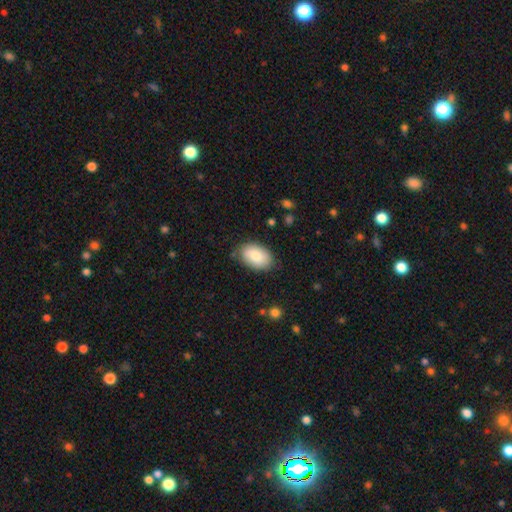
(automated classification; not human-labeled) smooth 81%, featured or disk 12%, star or artifact 6%. Down the decision tree: how rounded — in between (90%); merging — none (81%).